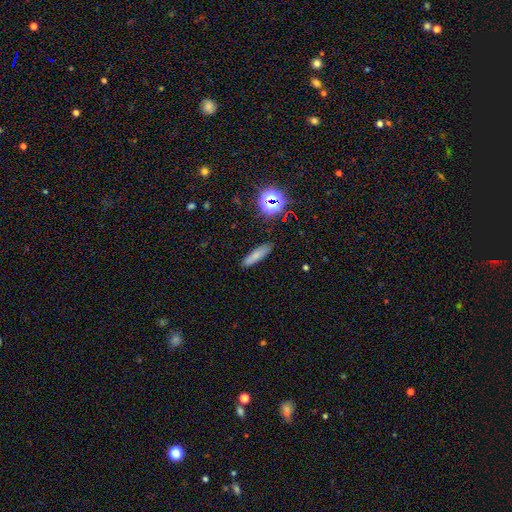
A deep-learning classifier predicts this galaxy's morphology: type=smooth (70%); roundness=cigar-shaped (66%); merging=none (84%).